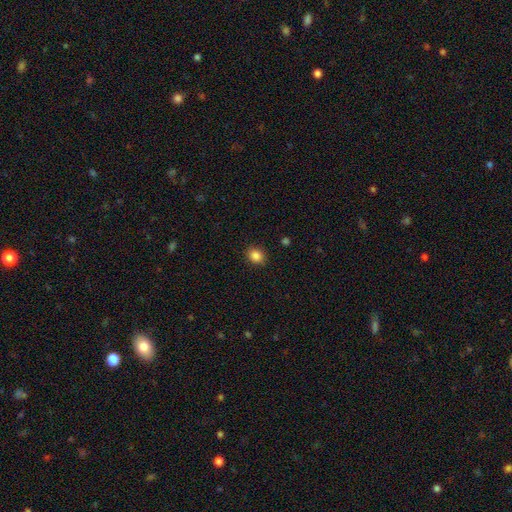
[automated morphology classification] The model was most divided on "how rounded": round: 62%, in between: 37%, cigar-shaped: 1%. More confident: merging — none (90%); smooth or featured — smooth (86%).